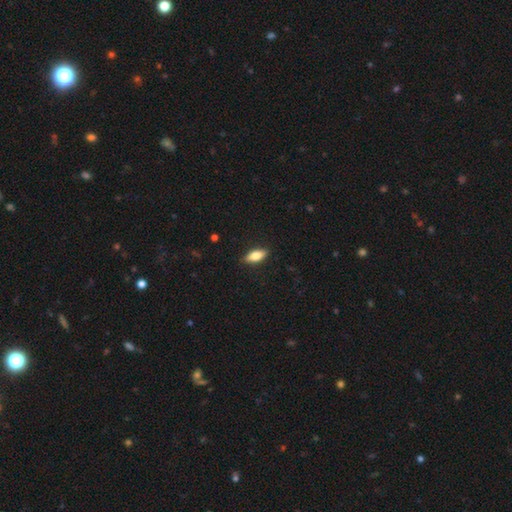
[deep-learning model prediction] smooth_or_featured: smooth (p=0.77) [alt: featured or disk p=0.16]
how_rounded: in between (p=0.79) [alt: cigar-shaped p=0.19]
merging: none (p=0.88) [alt: minor disturbance p=0.09]